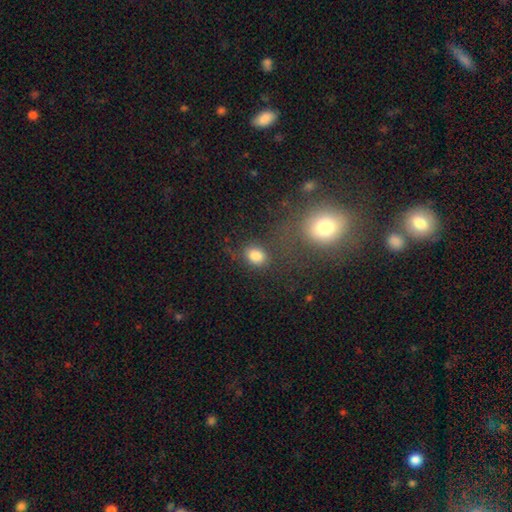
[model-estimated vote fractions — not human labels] This is clearly a smooth galaxy (83%). How rounded: likely in between (61%). Merging: likely none (72%).